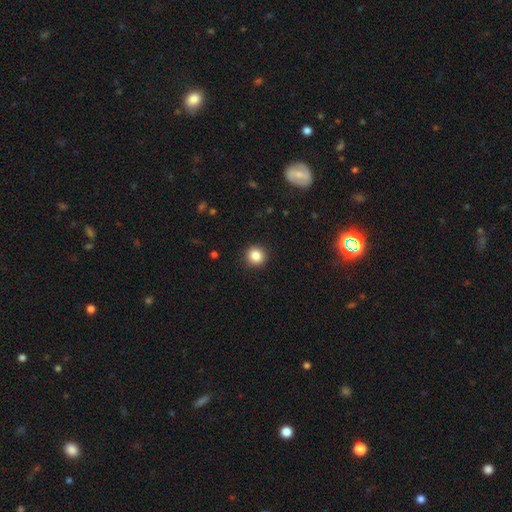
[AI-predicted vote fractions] This appears to be a smooth galaxy with no disk features (86%) that is round (93%). Merging: none (92%).